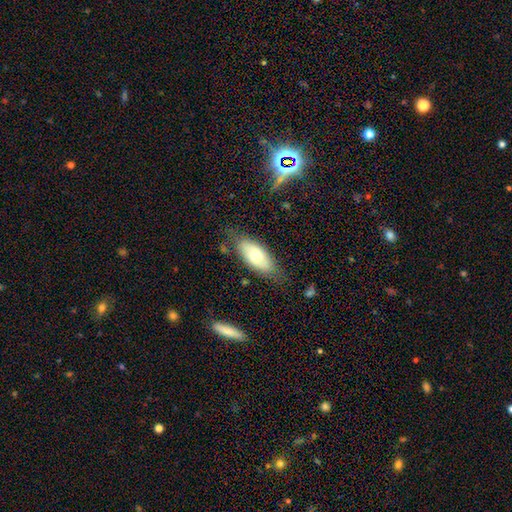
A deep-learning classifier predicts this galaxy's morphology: A smooth galaxy with no disk features (64%) that is in between round and cigar-shaped (86%). Merging: none (72%).